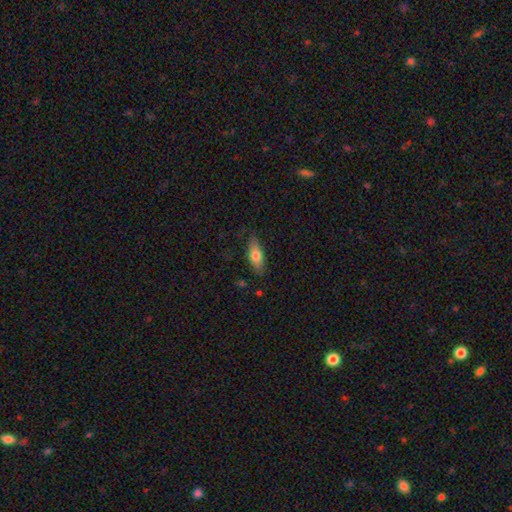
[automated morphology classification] smooth-or-featured: smooth: 68% | featured or disk: 26% | star or artifact: 6%
  how-rounded: in between: 68% | cigar-shaped: 28% | round: 3%
  merging: none: 79% | minor disturbance: 17% | major disturbance: 3% | merger: 1%